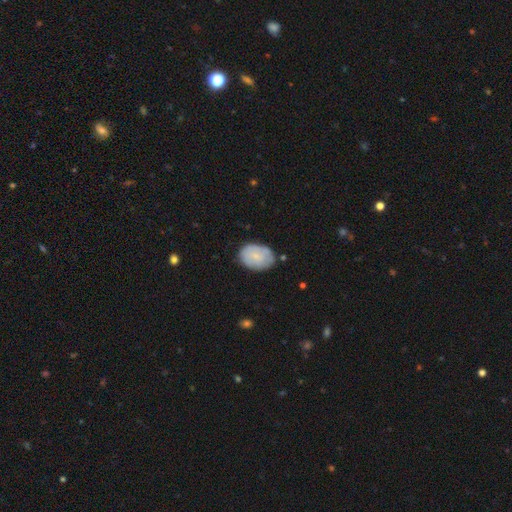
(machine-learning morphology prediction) smooth_or_featured: smooth (p=0.68) [alt: featured or disk p=0.25]
how_rounded: in between (p=0.78) [alt: round p=0.21]
merging: none (p=0.73) [alt: minor disturbance p=0.20]